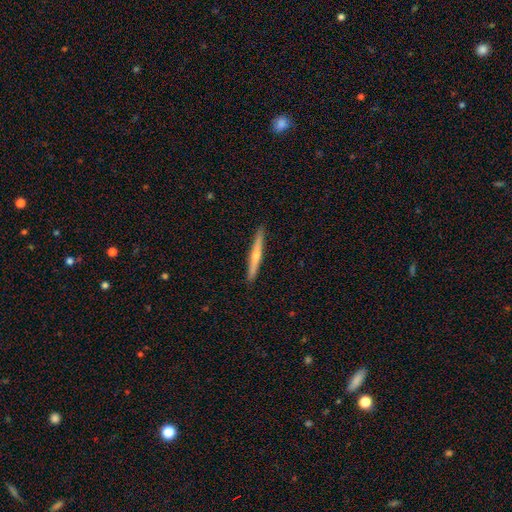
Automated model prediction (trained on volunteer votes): Morphology: type=featured or disk (66%); edge-on=yes (97%); edge-on bulge=rounded (82%); merging=none (92%).